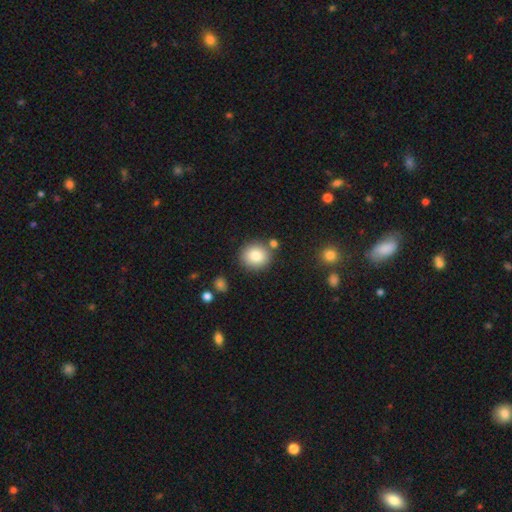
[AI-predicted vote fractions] Smooth or featured: smooth — 83% (star or artifact — 9%)
How rounded: round — 86% (in between — 13%)
Merging: none — 79% (minor disturbance — 9%)